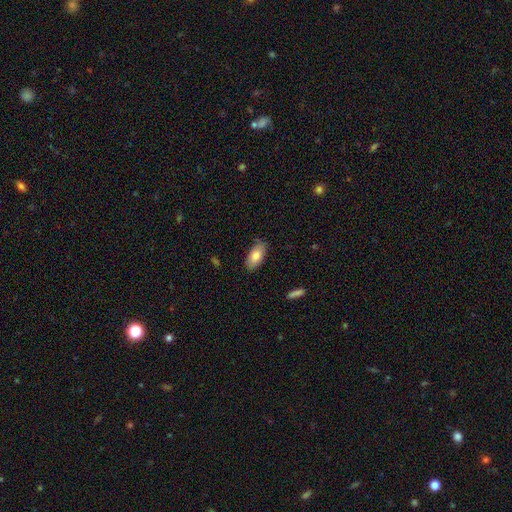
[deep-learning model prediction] Smooth or featured: smooth — 79% (featured or disk — 14%)
How rounded: in between — 92% (cigar-shaped — 6%)
Merging: none — 78% (minor disturbance — 18%)